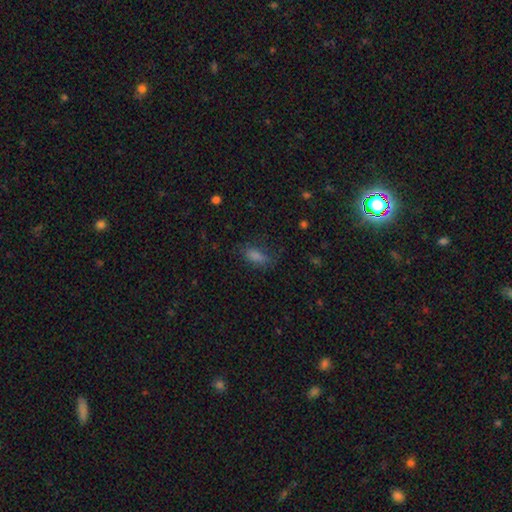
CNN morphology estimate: Overall: smooth (69%). How rounded: in between (75%). Merging: none (66%).